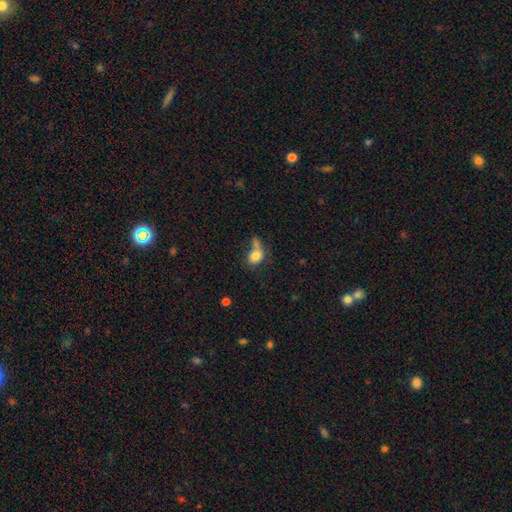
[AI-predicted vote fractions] Q: Smooth or featured?
A: smooth (78%); runner-up: featured or disk (13%)
Q: How rounded?
A: in between (62%); runner-up: round (37%)
Q: Merging?
A: merger (37%); runner-up: none (33%)